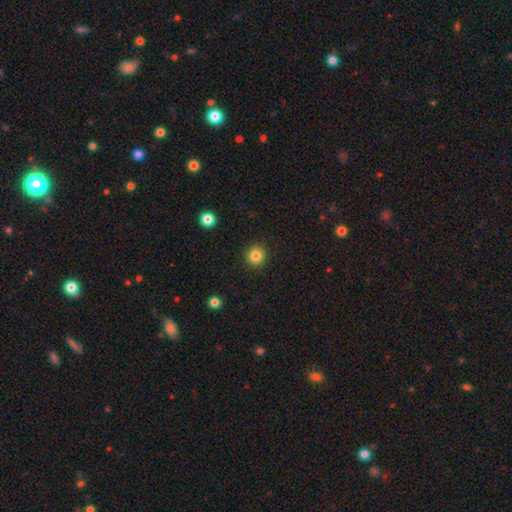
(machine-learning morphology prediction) Smooth or featured: smooth — 84% (star or artifact — 11%)
How rounded: round — 93% (in between — 6%)
Merging: none — 91% (minor disturbance — 6%)